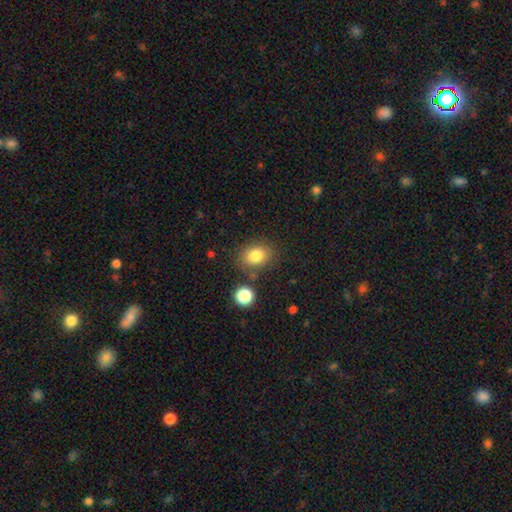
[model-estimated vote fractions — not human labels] Overall: smooth (82%). How rounded: in between (57%; round 42%). Merging: none (77%).